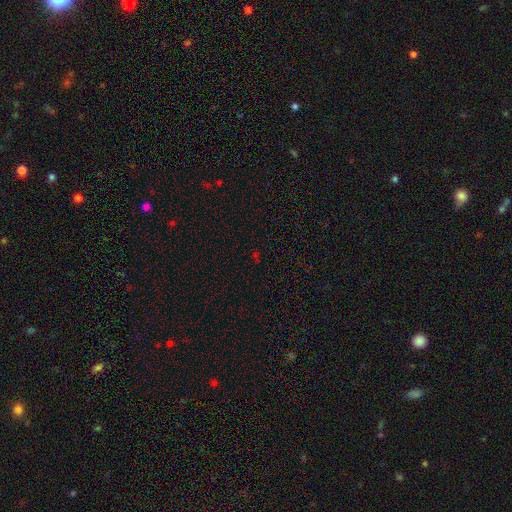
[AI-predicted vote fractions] A star or artifact, not a galaxy (63%).